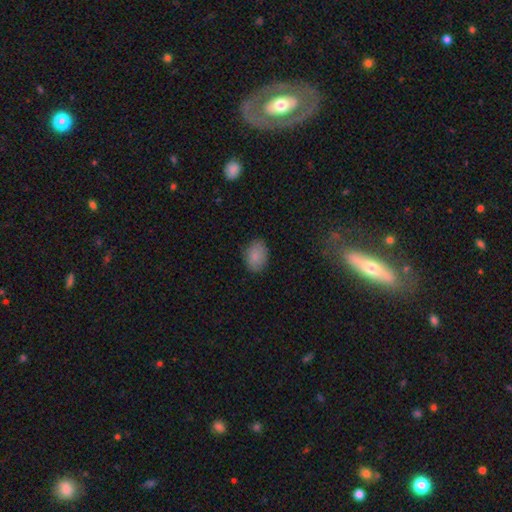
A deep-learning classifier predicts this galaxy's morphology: smooth-or-featured: smooth: 86% | star or artifact: 7% | featured or disk: 6%
  how-rounded: in between: 84% | round: 15% | cigar-shaped: 1%
  merging: none: 85% | minor disturbance: 11% | major disturbance: 3% | merger: 1%